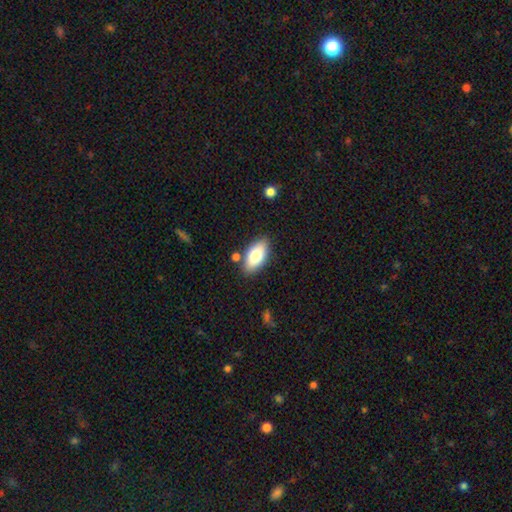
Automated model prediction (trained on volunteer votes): This appears to be a smooth galaxy with no disk features (77%) that is in between round and cigar-shaped (91%). Merging: none (82%).